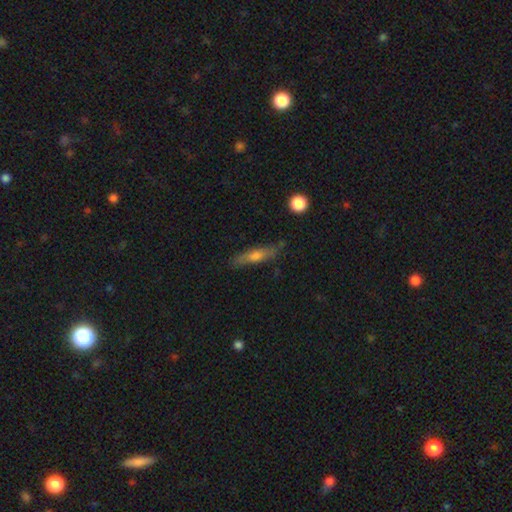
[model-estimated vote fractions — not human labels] smooth_or_featured: smooth (p=0.55) [alt: featured or disk p=0.39]
how_rounded: cigar-shaped (p=0.77) [alt: in between p=0.20]
merging: none (p=0.78) [alt: minor disturbance p=0.16]